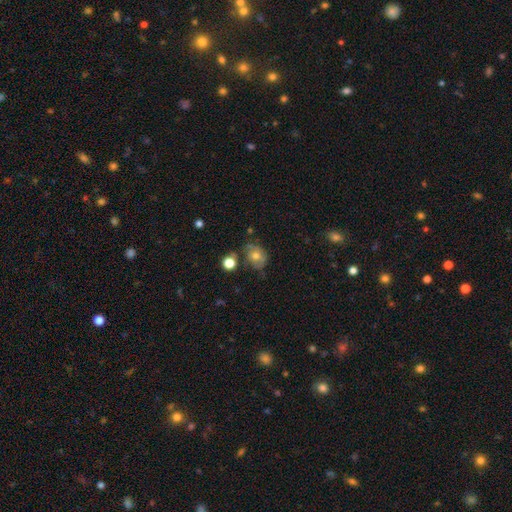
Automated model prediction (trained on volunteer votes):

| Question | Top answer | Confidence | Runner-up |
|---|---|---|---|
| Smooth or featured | smooth | 61% | featured or disk (28%) |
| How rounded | in between | 50% | round (49%) |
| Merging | none | 56% | minor disturbance (27%) |